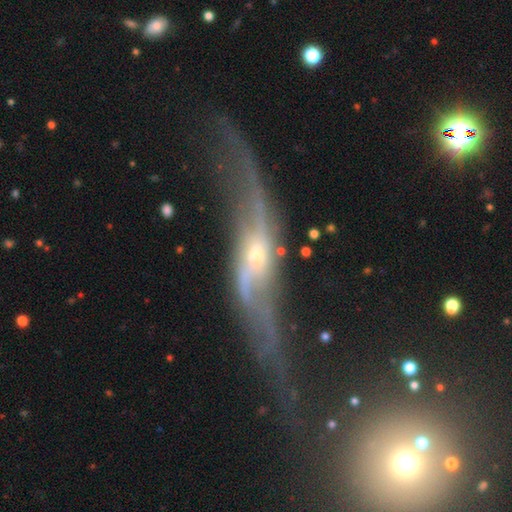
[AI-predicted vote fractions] smooth_or_featured: featured or disk (p=0.83) [alt: smooth p=0.11]
disk_edge_on: no (p=0.68) [alt: yes p=0.32]
bar: no (p=0.49) [alt: weak p=0.35]
has_spiral_arms: yes (p=0.85) [alt: no p=0.15]
bulge_size: small (p=0.50) [alt: moderate p=0.42]
merging: none (p=0.51) [alt: major disturbance p=0.24]